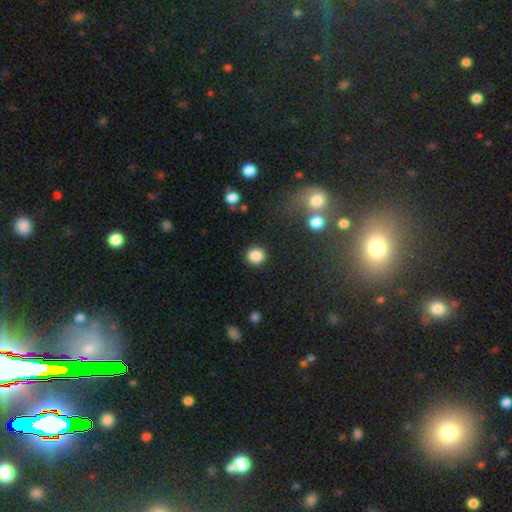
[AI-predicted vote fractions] Overall: smooth (86%). How rounded: round (91%). Merging: none (90%).